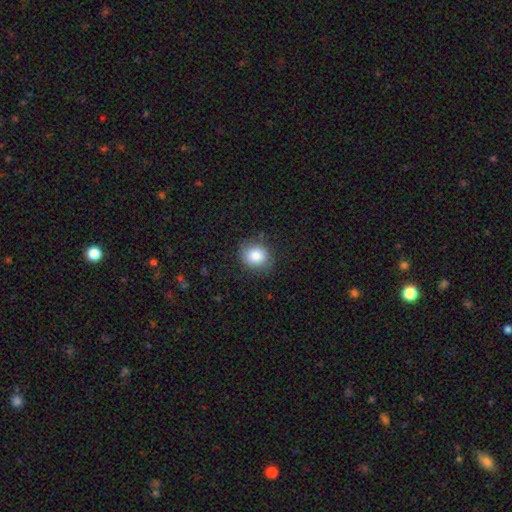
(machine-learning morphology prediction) Smooth or featured: smooth — 84% (star or artifact — 9%)
How rounded: round — 72% (in between — 27%)
Merging: none — 81% (minor disturbance — 14%)